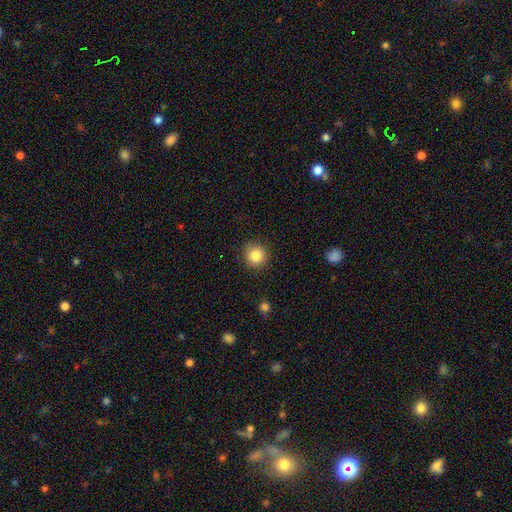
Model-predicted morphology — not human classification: Overall: smooth (85%). How rounded: round (93%). Merging: none (90%).